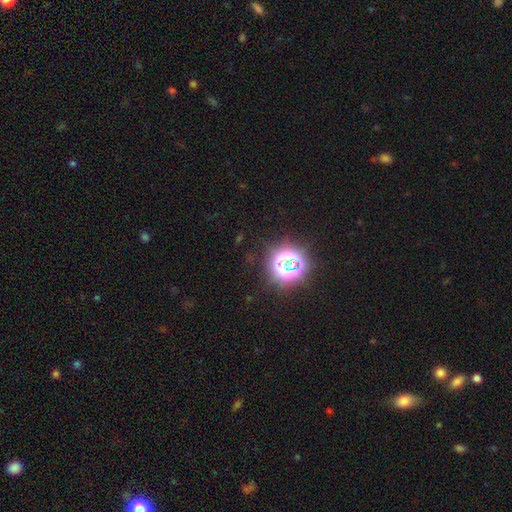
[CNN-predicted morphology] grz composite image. It shows a star or artifact, not a galaxy (82%).